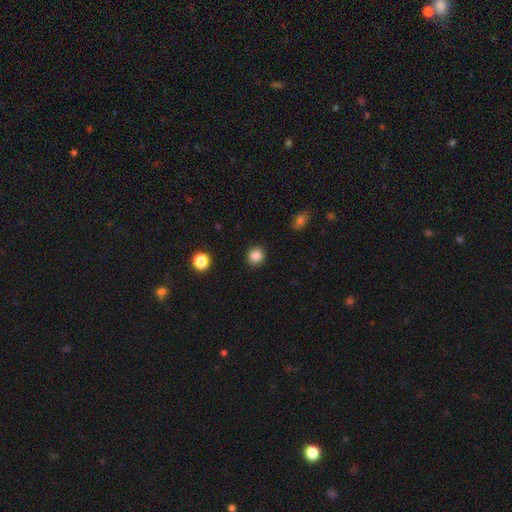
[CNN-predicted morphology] Smooth or featured? smooth (85%)
How rounded? round (90%)
Merging? none (92%)